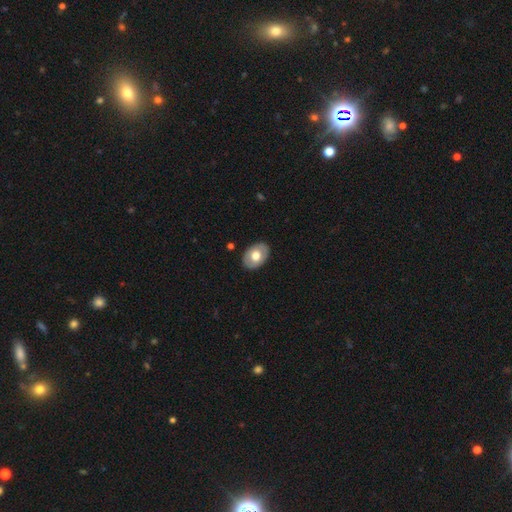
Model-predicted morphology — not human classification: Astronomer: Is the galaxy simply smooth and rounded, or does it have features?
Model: smooth — 62%.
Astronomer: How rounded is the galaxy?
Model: in between — 81%.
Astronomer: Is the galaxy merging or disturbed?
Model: none — 87%.